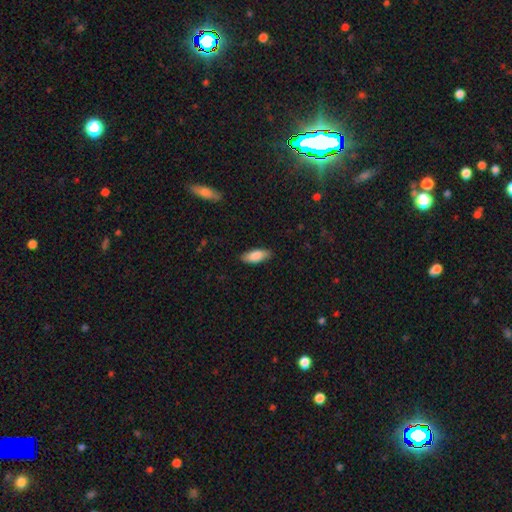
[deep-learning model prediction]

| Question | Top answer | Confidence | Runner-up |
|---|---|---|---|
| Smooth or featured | smooth | 86% | featured or disk (8%) |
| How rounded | in between | 81% | cigar-shaped (17%) |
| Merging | none | 86% | minor disturbance (11%) |